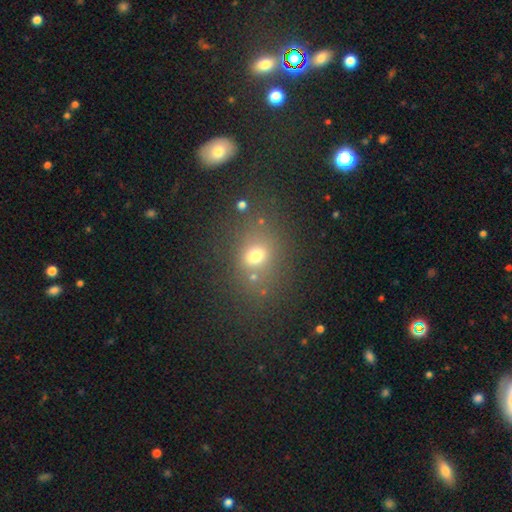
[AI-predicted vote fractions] Smooth or featured: smooth — 68% (star or artifact — 21%)
How rounded: in between — 51% (round — 47%)
Merging: none — 67% (minor disturbance — 15%)